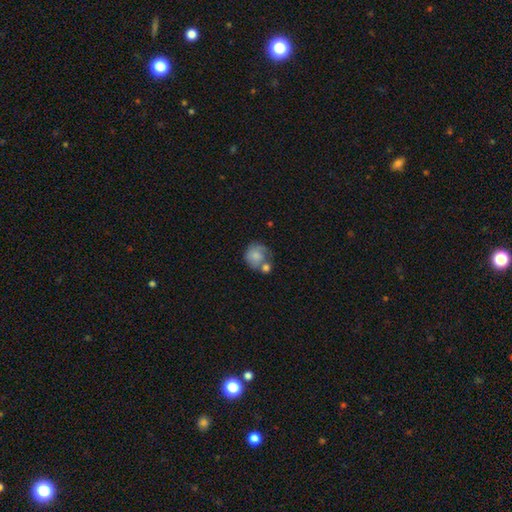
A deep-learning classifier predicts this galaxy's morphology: Smooth or featured?
  - smooth: 71% *
  - featured or disk: 22%
  - star or artifact: 7%
How rounded?
  - round: 79% *
  - in between: 20%
  - cigar-shaped: 1%
Merging?
  - none: 37% *
  - merger: 34%
  - minor disturbance: 19%
  - major disturbance: 10%